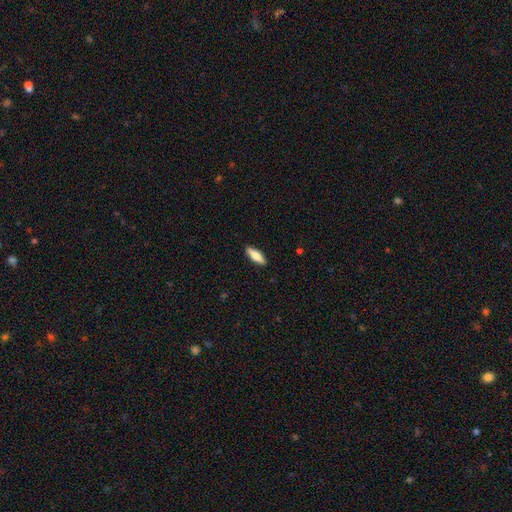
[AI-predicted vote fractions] Overall: smooth (72%). How rounded: cigar-shaped (49%; in between 48%). Merging: none (90%).